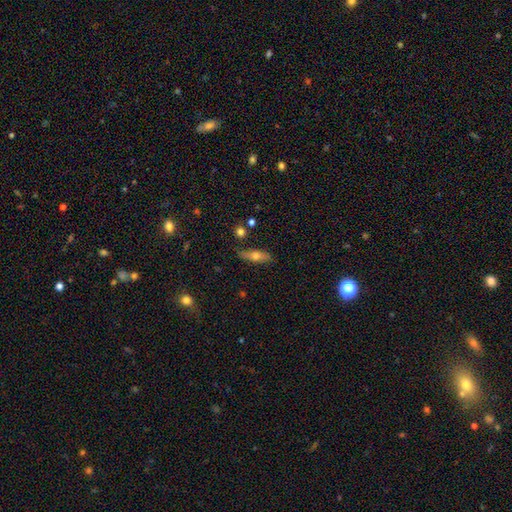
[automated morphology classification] Q: Smooth or featured?
A: smooth (54%); runner-up: featured or disk (39%)
Q: How rounded?
A: cigar-shaped (52%); runner-up: in between (44%)
Q: Merging?
A: none (80%); runner-up: minor disturbance (14%)